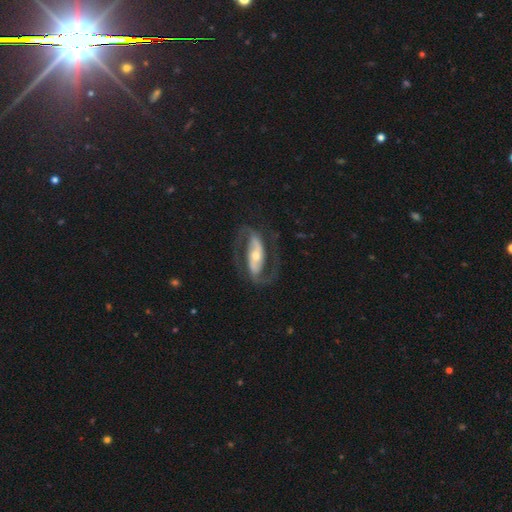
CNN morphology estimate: A featured or disk galaxy (87%) with a strong bar (55%), 2 (92%) medium (54%) spiral arms (94%) and a moderate central bulge (46%, tied with small). Merging: none (76%).